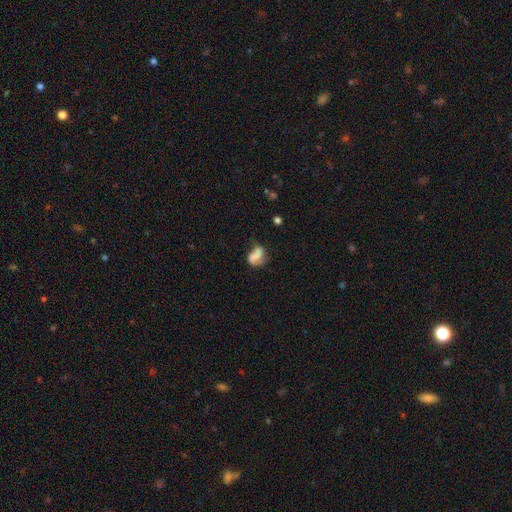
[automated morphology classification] smooth 49%, featured or disk 40%, star or artifact 11%. Down the decision tree: merging — none (34%).